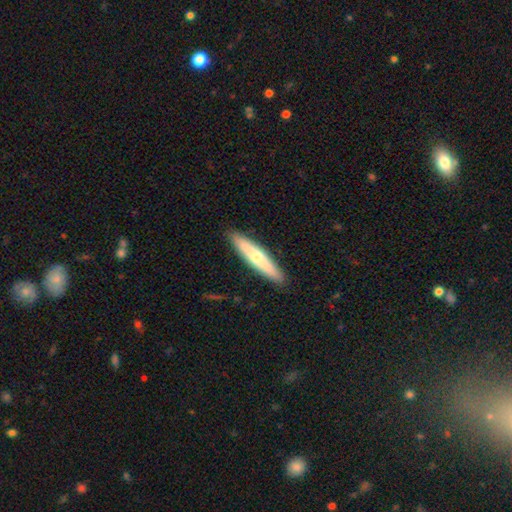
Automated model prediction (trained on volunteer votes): Morphology: type=smooth (55%); roundness=cigar-shaped (88%); merging=none (91%).